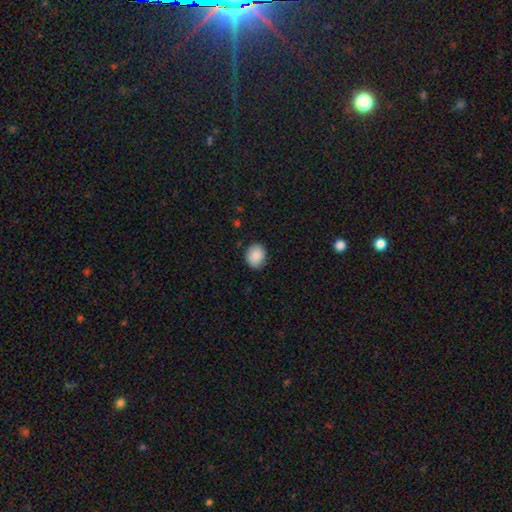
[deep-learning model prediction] The model was most divided on "how rounded": round: 60%, in between: 39%, cigar-shaped: 1%. More confident: smooth or featured — smooth (89%); merging — none (87%).